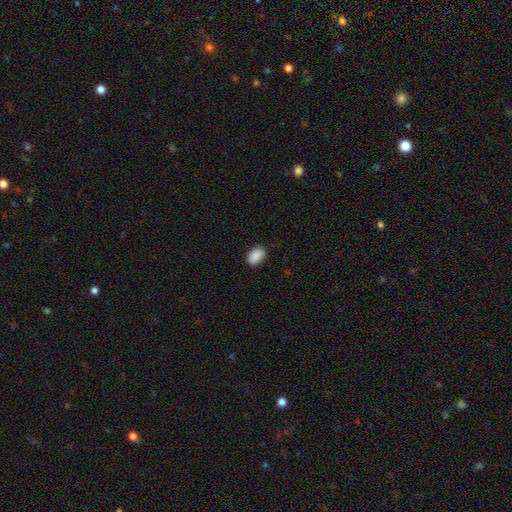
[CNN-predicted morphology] A smooth galaxy with no disk features (89%) that is in between round and cigar-shaped (89%).

Vote fractions:
- Smooth or featured? smooth: 89% / star or artifact: 7% / featured or disk: 4%
- How rounded? in between: 89% / round: 10% / cigar-shaped: 1%
- Merging? none: 85% / minor disturbance: 12% / major disturbance: 2% / merger: 1%